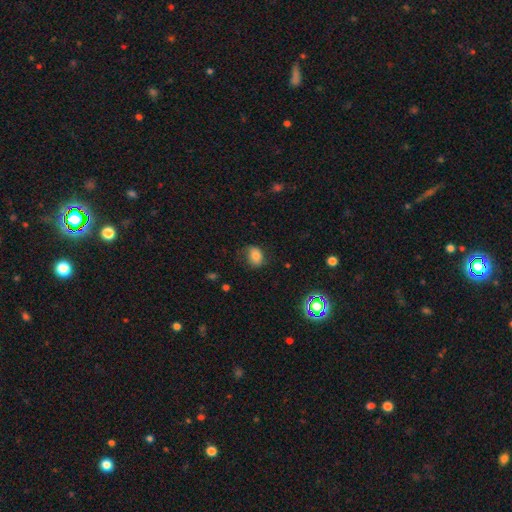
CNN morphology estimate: This is likely a smooth galaxy (76%). How rounded: likely in between (63%). Merging: likely none (67%).